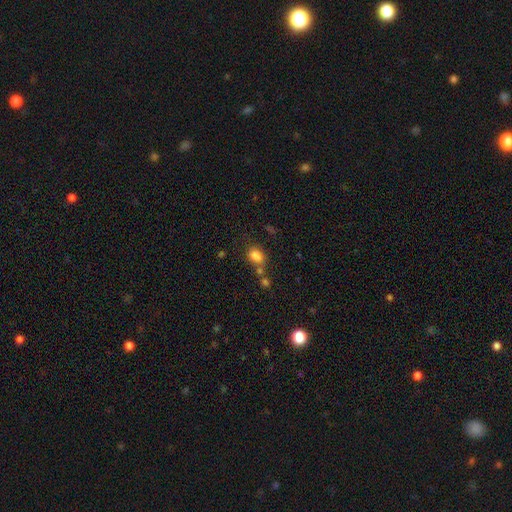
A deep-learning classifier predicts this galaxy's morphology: smooth_or_featured: smooth (p=0.79) [alt: star or artifact p=0.13]
how_rounded: in between (p=0.64) [alt: round p=0.35]
merging: none (p=0.47) [alt: merger p=0.29]